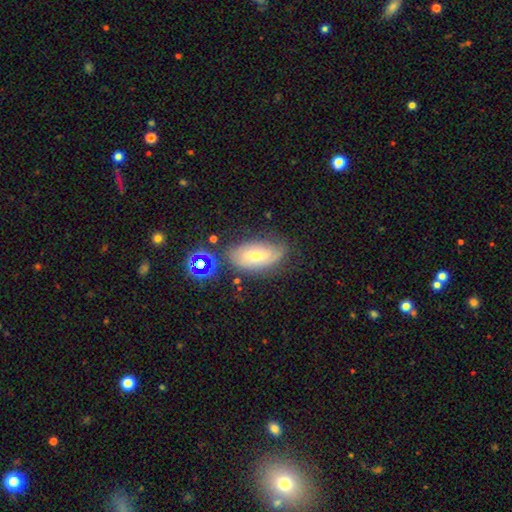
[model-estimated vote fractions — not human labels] Overall: featured or disk (44%, tied with smooth). Merging: none (62%; minor disturbance 24%).